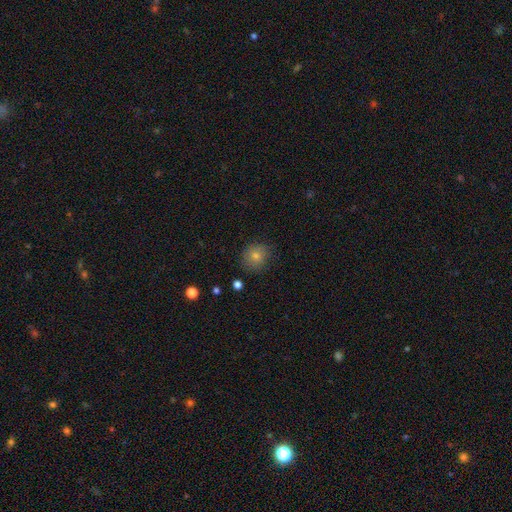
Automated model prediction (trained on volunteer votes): This appears to be a smooth galaxy with no disk features (72%) that is round (83%). Merging: none (82%).